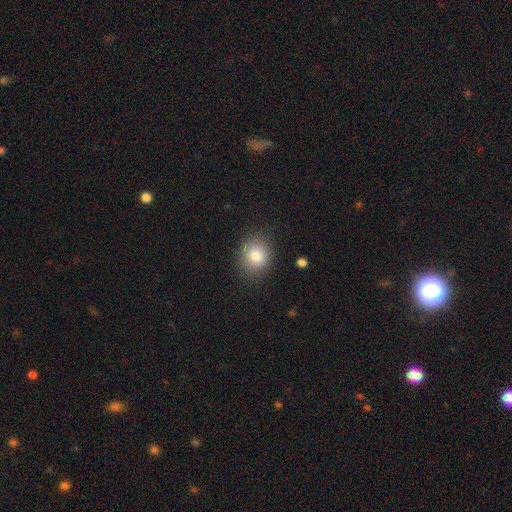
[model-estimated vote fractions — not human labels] Morphology: type=smooth (85%); roundness=round (66%); merging=none (81%).